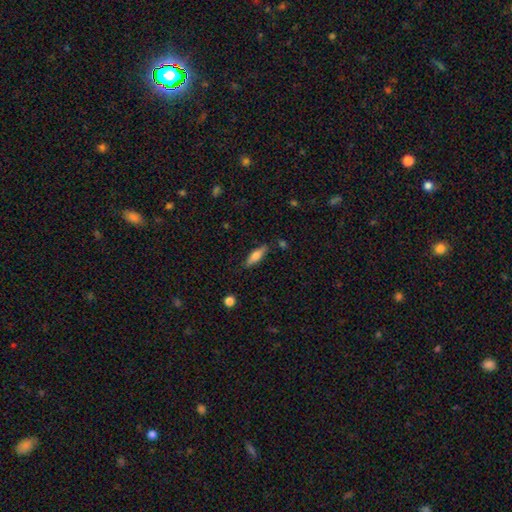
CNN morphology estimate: This is likely a smooth galaxy (70%). How rounded: possibly cigar-shaped (57%). Merging: clearly none (82%).